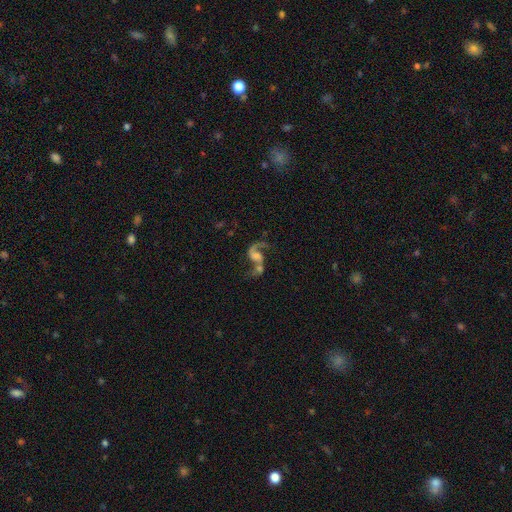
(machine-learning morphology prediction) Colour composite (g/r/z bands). It shows a featured or disk galaxy (79%) with no bar (52%), 2 (72%) loose (77%) spiral arms (90%) and no central bulge (33%). Merging: merger (44%).